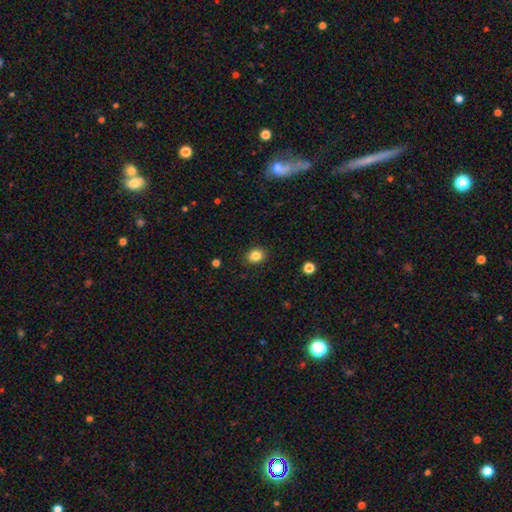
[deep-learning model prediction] A smooth galaxy with no disk features (84%) that is round (52%).

Vote fractions:
- Smooth or featured? smooth: 84% / star or artifact: 10% / featured or disk: 5%
- How rounded? round: 52% / in between: 47% / cigar-shaped: 1%
- Merging? none: 88% / minor disturbance: 8% / major disturbance: 2% / merger: 1%